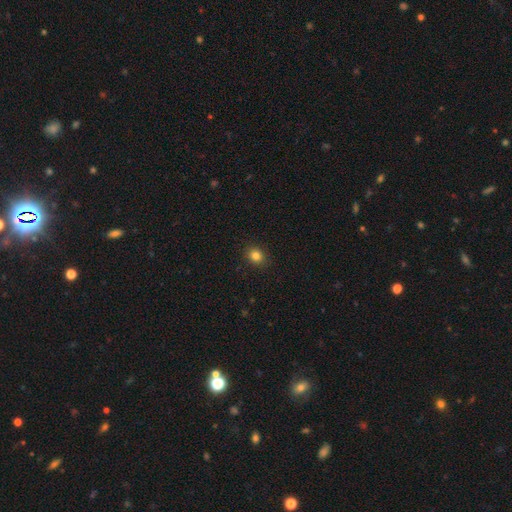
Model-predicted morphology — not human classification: Q: Smooth or featured?
A: smooth (83%); runner-up: star or artifact (12%)
Q: How rounded?
A: round (69%); runner-up: in between (30%)
Q: Merging?
A: none (90%); runner-up: minor disturbance (7%)